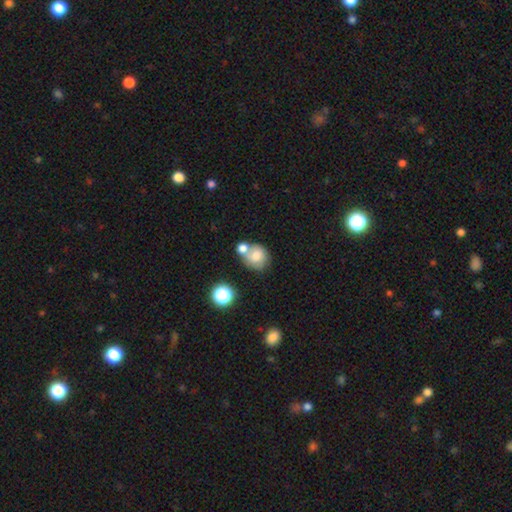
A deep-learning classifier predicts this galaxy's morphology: type=smooth (72%); roundness=round (73%); merging=merger (43%).